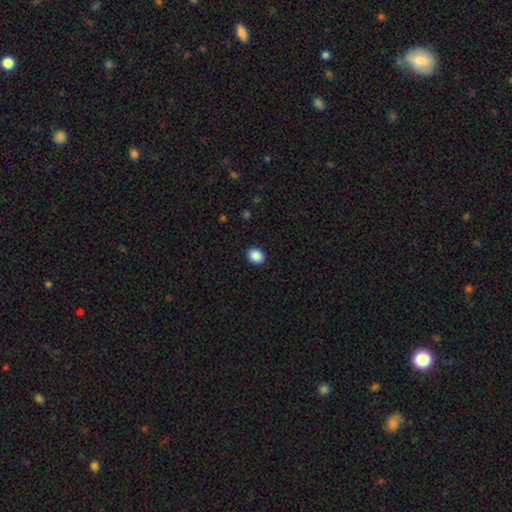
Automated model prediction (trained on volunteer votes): A smooth galaxy with no disk features (89%) that is round (56%). Merging: none (91%).